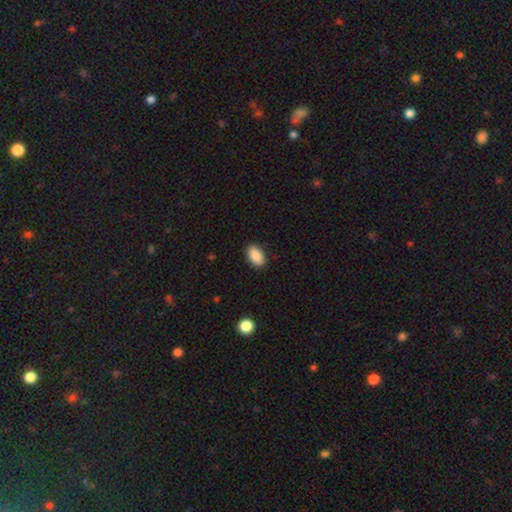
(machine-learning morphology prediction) Smooth or featured?
  - smooth: 88% *
  - star or artifact: 7%
  - featured or disk: 5%
How rounded?
  - in between: 92% *
  - round: 6%
  - cigar-shaped: 2%
Merging?
  - none: 89% *
  - minor disturbance: 8%
  - major disturbance: 2%
  - merger: 1%